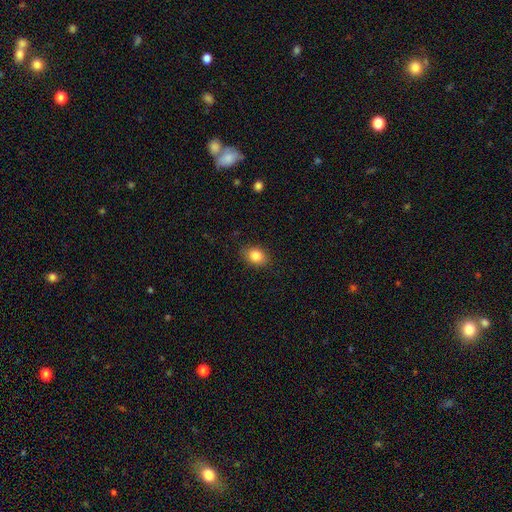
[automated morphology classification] Q: Smooth or featured?
A: smooth (84%); runner-up: star or artifact (9%)
Q: How rounded?
A: in between (68%); runner-up: round (31%)
Q: Merging?
A: none (85%); runner-up: minor disturbance (11%)